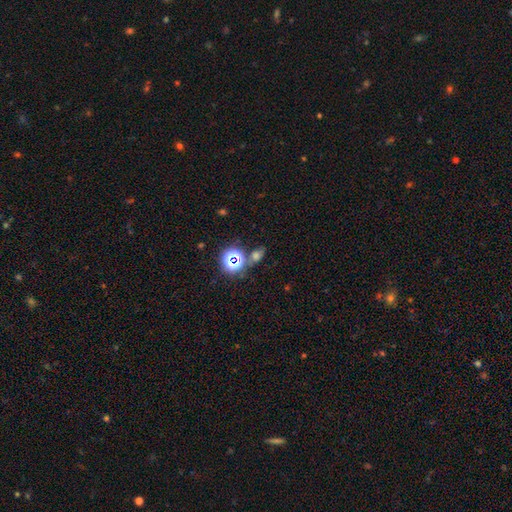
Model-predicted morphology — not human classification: A smooth galaxy with no disk features (49%). Merging: none (64%).